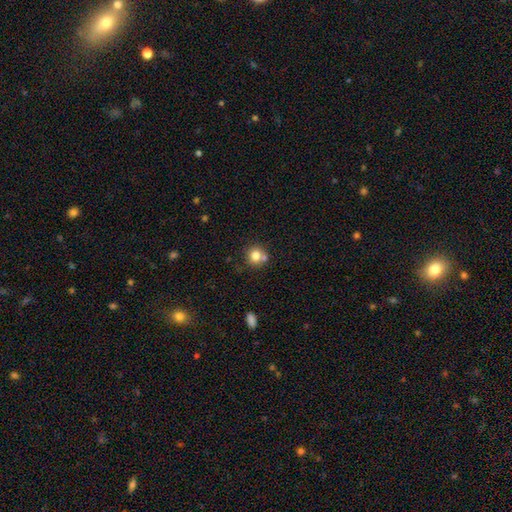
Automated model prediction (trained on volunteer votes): smooth 78%, star or artifact 11%, featured or disk 11%. Down the decision tree: how rounded — round (89%); merging — none (62%).